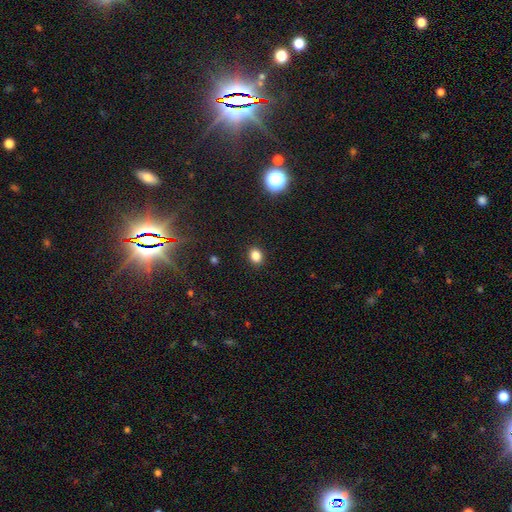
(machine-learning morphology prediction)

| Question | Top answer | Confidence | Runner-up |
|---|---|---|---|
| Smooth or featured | smooth | 84% | star or artifact (12%) |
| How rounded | round | 54% | in between (45%) |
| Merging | none | 90% | minor disturbance (7%) |